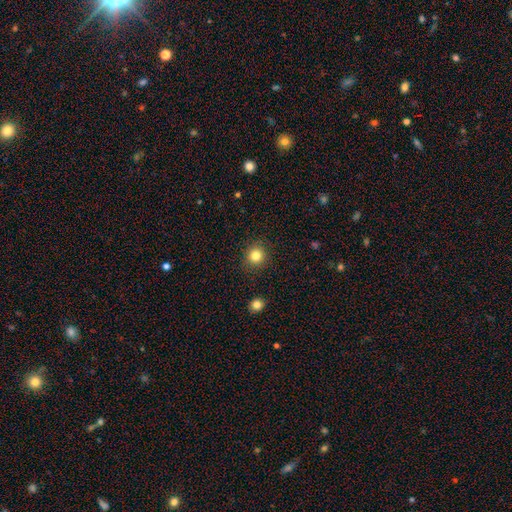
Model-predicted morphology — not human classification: Overall: smooth (83%). How rounded: round (90%). Merging: none (89%).